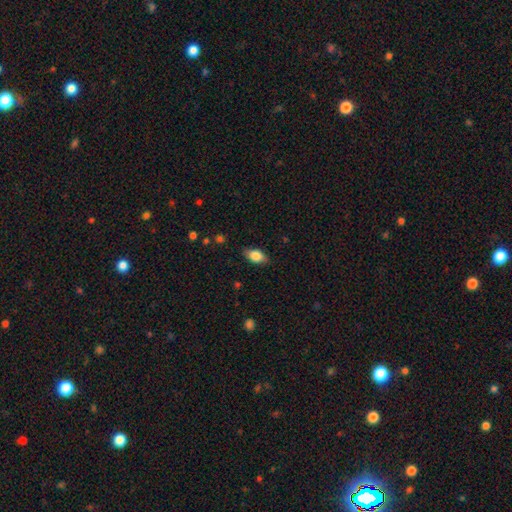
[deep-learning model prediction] This appears to be a smooth galaxy with no disk features (83%) that is in between round and cigar-shaped (90%). Merging: none (84%).